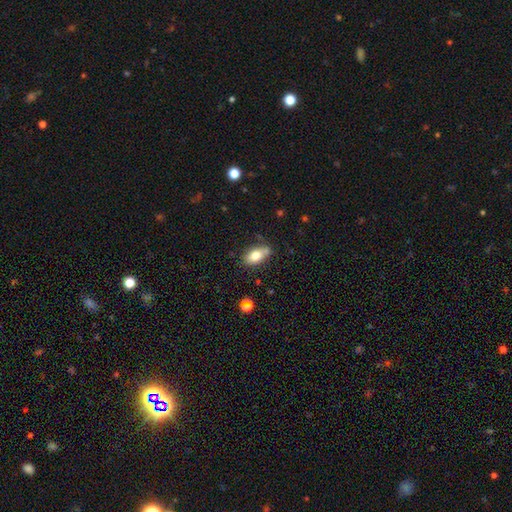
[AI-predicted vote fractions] Morphology: type=smooth (78%); roundness=in between (87%); merging=none (70%).